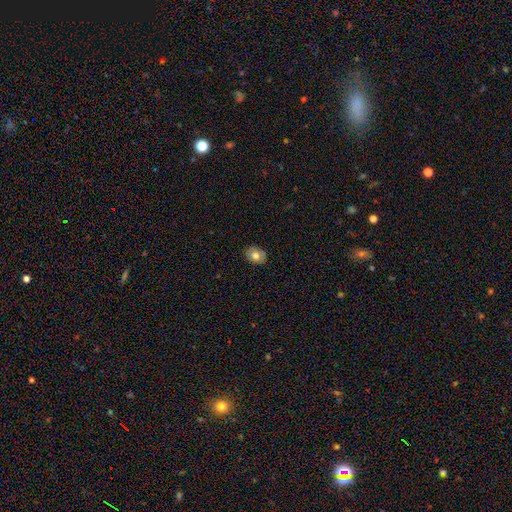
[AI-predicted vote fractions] Smooth or featured? smooth (74%)
How rounded? in between (65%)
Merging? none (85%)